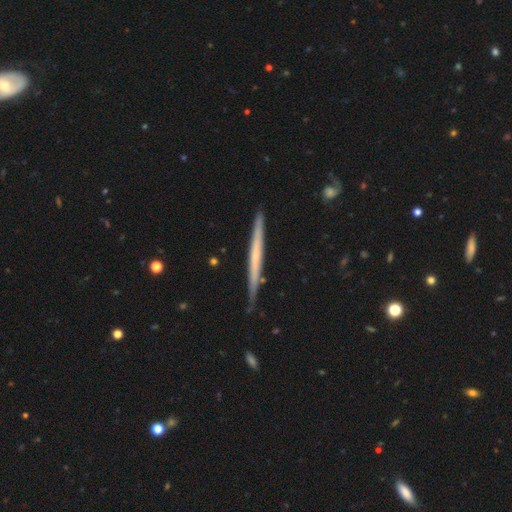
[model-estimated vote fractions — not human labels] featured or disk 59%, smooth 35%, star or artifact 5%. Down the decision tree: edge-on disk — yes (97%); edge-on bulge — none (81%); merging — none (85%).